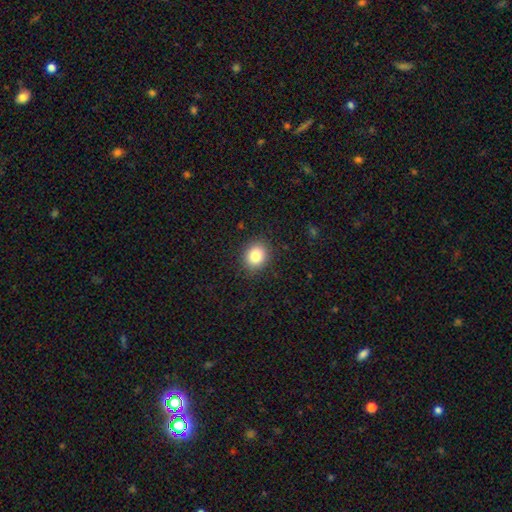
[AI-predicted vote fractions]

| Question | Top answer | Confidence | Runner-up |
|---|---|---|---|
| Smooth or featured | smooth | 84% | star or artifact (10%) |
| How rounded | round | 62% | in between (37%) |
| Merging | none | 88% | minor disturbance (8%) |